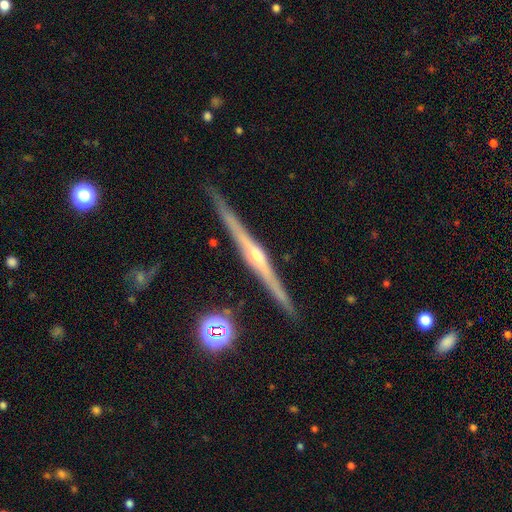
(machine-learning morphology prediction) A featured or disk galaxy (83%) viewed edge-on (98%) with a rounded central bulge (84%).

Vote fractions:
- Smooth or featured? featured or disk: 83% / smooth: 11% / star or artifact: 7%
- Edge-on disk? yes: 98% / no: 2%
- Edge-on bulge? rounded: 84% / none: 10% / boxy: 6%
- Merging? none: 89% / minor disturbance: 8% / major disturbance: 1% / merger: 1%